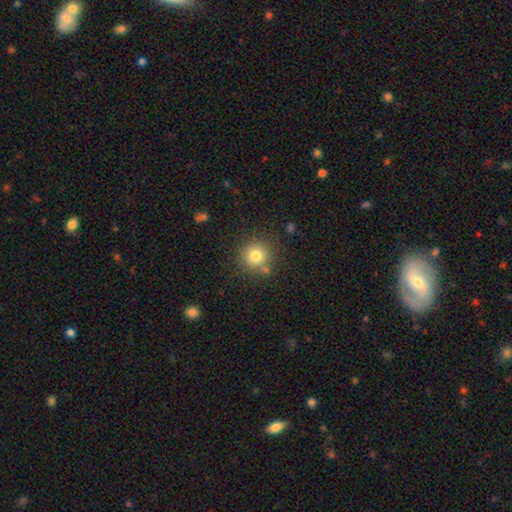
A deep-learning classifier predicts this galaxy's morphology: Smooth or featured?
  - smooth: 79% *
  - star or artifact: 13%
  - featured or disk: 8%
How rounded?
  - round: 93% *
  - in between: 6%
  - cigar-shaped: 1%
Merging?
  - none: 81% *
  - minor disturbance: 9%
  - merger: 6%
  - major disturbance: 3%